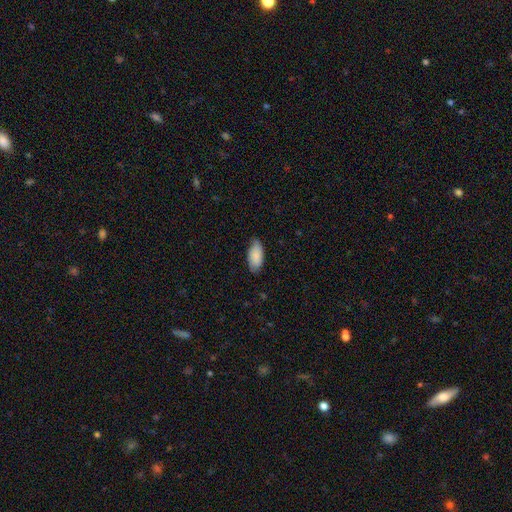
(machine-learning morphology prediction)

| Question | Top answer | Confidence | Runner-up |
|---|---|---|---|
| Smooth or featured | smooth | 87% | featured or disk (7%) |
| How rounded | in between | 91% | cigar-shaped (7%) |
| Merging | none | 73% | minor disturbance (22%) |